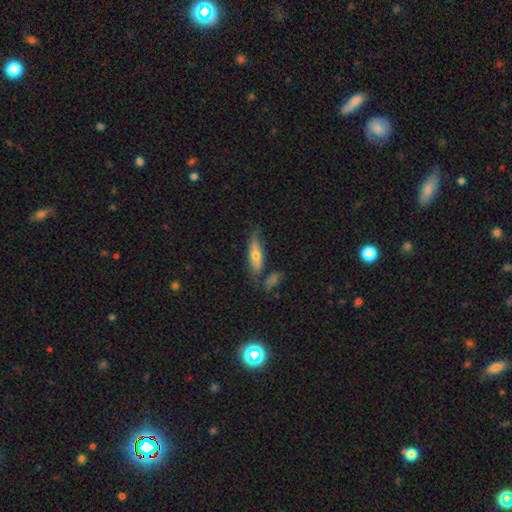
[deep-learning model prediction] smooth_or_featured: smooth (p=0.48) [alt: featured or disk p=0.43]
merging: none (p=0.67) [alt: minor disturbance p=0.20]